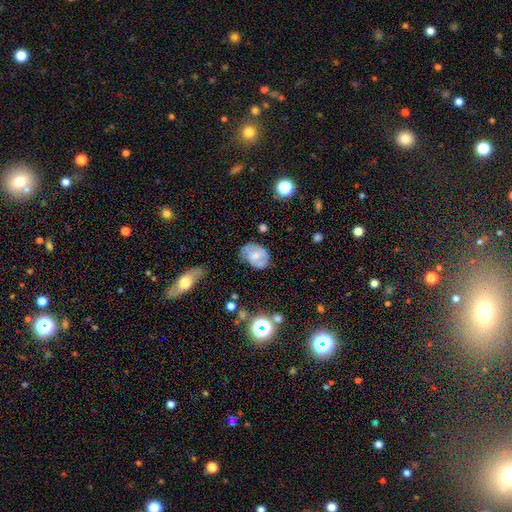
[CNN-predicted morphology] A featured or disk galaxy (47%). Merging: none (55%).